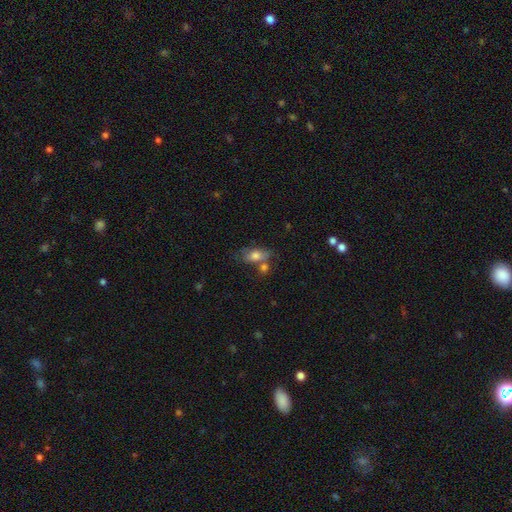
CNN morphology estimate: Overall: smooth (73%). How rounded: in between (82%). Merging: none (46%; merger 28%).